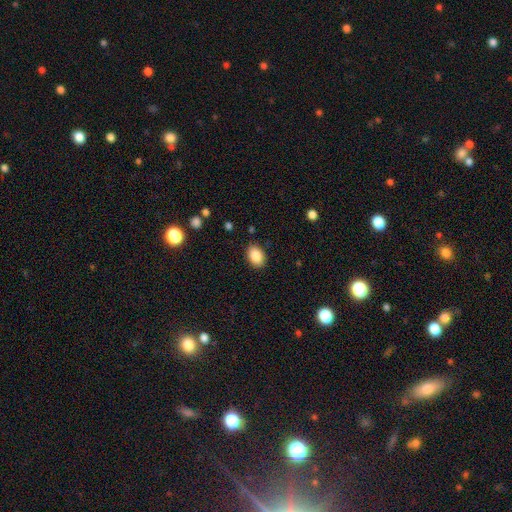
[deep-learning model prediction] Smooth or featured?
  - smooth: 87% *
  - star or artifact: 8%
  - featured or disk: 5%
How rounded?
  - in between: 82% *
  - round: 17%
  - cigar-shaped: 1%
Merging?
  - none: 87% *
  - minor disturbance: 9%
  - major disturbance: 2%
  - merger: 1%